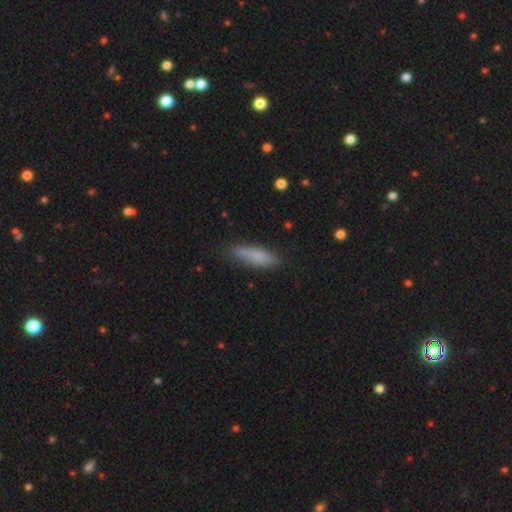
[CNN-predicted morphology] type=smooth (77%); roundness=cigar-shaped (66%); merging=none (69%).